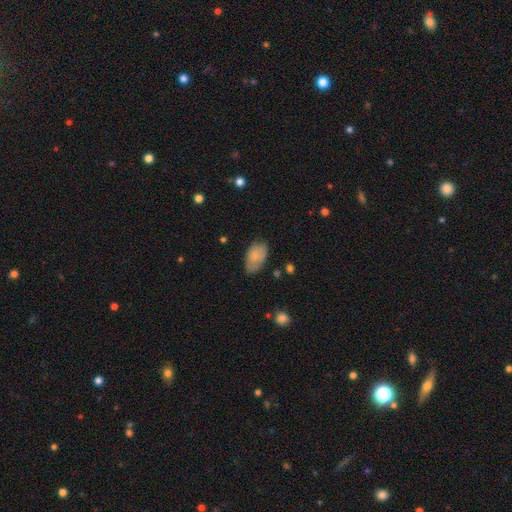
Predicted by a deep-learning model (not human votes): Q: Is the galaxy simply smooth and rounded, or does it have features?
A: smooth — 80%.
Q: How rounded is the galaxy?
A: in between — 93%.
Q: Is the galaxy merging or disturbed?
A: none — 61%.